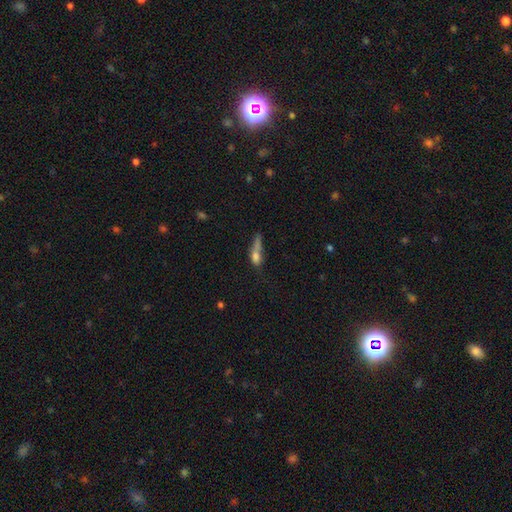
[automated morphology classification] smooth 65%, featured or disk 23%, star or artifact 12%. Down the decision tree: how rounded — cigar-shaped (51%); merging — major disturbance (32%).